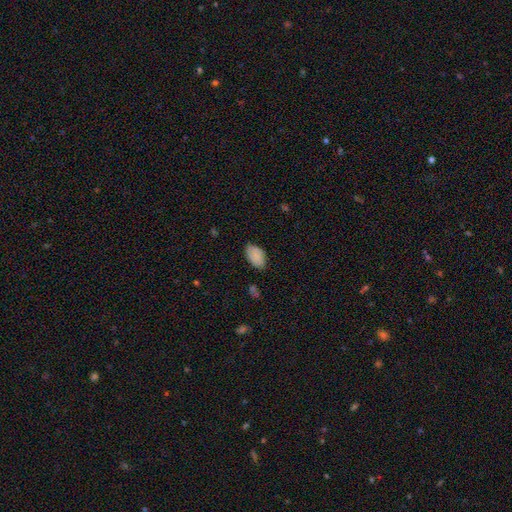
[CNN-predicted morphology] Overall: smooth (86%). How rounded: in between (92%). Merging: none (72%).